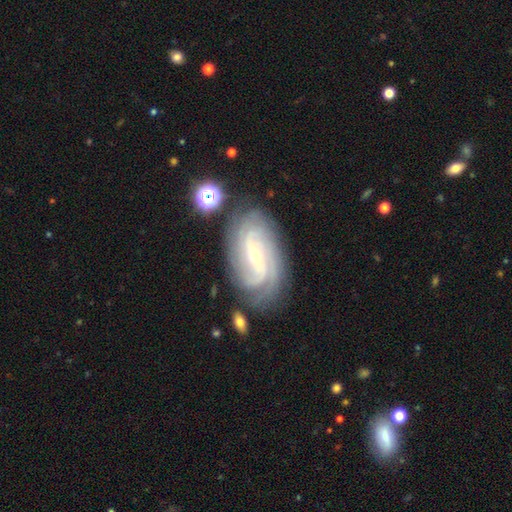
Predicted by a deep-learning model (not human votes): Smooth or featured? featured or disk (88%)
Edge-on disk? no (95%)
Bar? weak (43%)
Spiral arms? yes (97%)
Spiral winding? tight (57%)
Spiral arm count? 3 (25%)
Bulge size? small (67%)
Merging? none (76%)